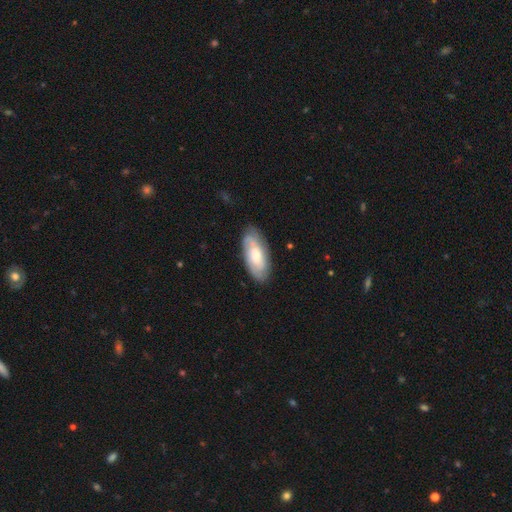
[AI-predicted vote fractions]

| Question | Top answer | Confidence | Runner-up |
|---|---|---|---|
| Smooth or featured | featured or disk | 48% | smooth (46%) |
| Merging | none | 78% | minor disturbance (17%) |